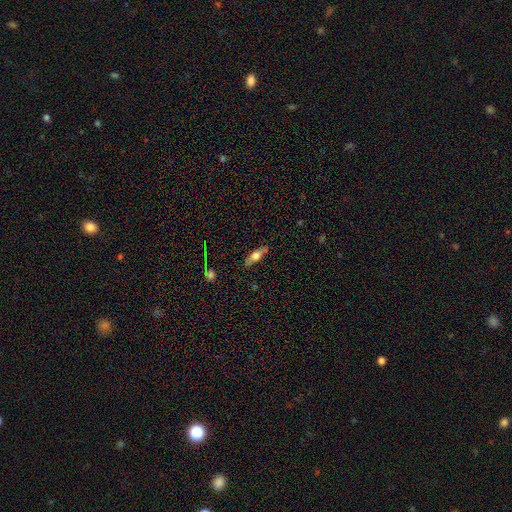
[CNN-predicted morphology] Smooth or featured: smooth — 57% (featured or disk — 35%)
How rounded: in between — 56% (cigar-shaped — 41%)
Merging: none — 81% (minor disturbance — 15%)